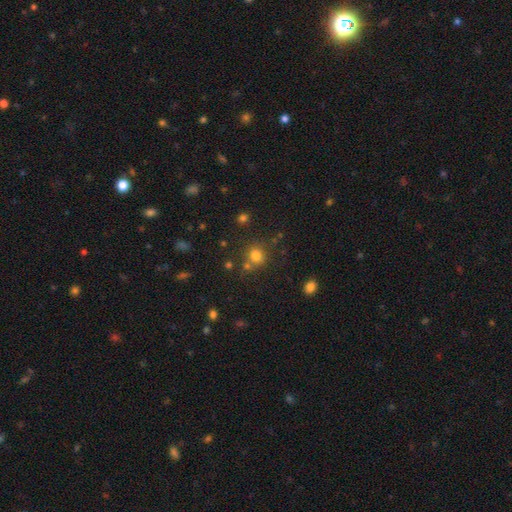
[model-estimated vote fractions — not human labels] The model was most divided on "merging": none: 70%, merger: 15%, minor disturbance: 11%, major disturbance: 4%. More confident: how rounded — round (85%); smooth or featured — smooth (77%).